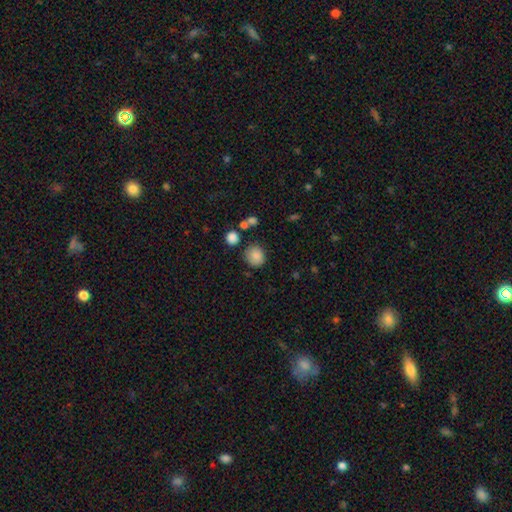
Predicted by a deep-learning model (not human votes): Morphology: type=smooth (86%); roundness=round (81%); merging=none (77%).